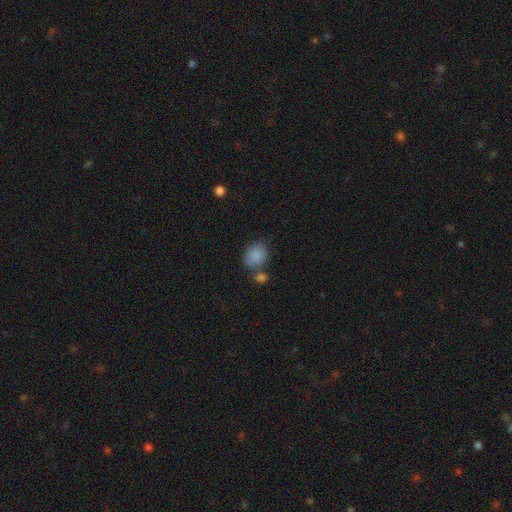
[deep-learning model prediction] This is clearly a smooth galaxy (85%). How rounded: possibly in between (50%). Merging: possibly none (59%).